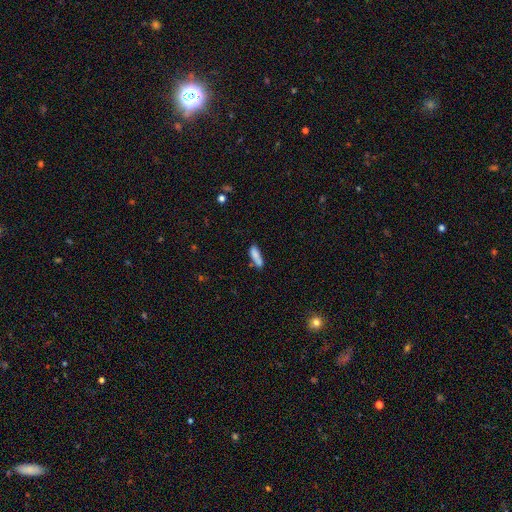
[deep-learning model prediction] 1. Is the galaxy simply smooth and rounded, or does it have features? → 81% smooth, 11% featured or disk, 8% star or artifact.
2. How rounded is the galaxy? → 54% cigar-shaped, 44% in between, 2% round.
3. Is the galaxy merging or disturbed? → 53% none, 22% merger, 19% minor disturbance, 6% major disturbance.